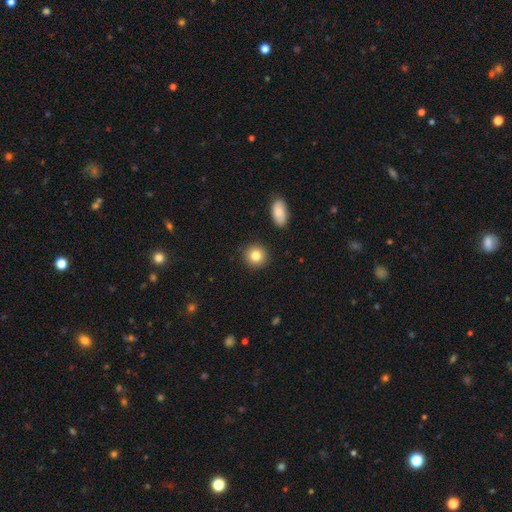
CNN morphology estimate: A smooth galaxy with no disk features (83%) that is round (89%). Merging: none (90%).